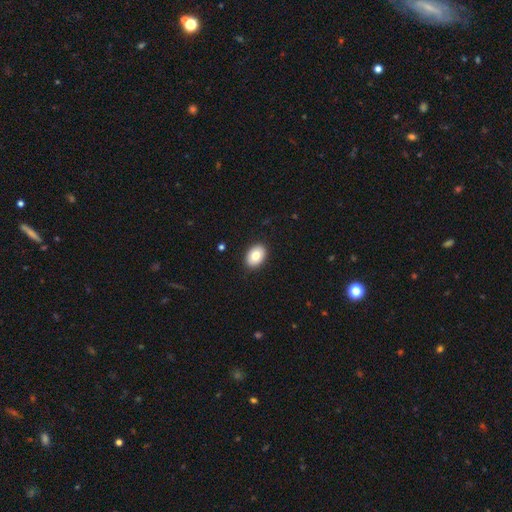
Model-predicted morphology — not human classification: Smooth or featured? smooth (80%)
How rounded? in between (77%)
Merging? none (90%)